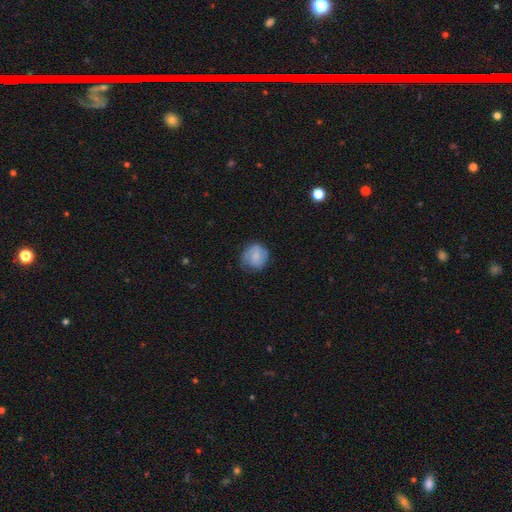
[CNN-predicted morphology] smooth-or-featured: smooth: 77% | featured or disk: 15% | star or artifact: 7%
  how-rounded: round: 85% | in between: 14% | cigar-shaped: 1%
  merging: none: 65% | minor disturbance: 26% | major disturbance: 7% | merger: 1%